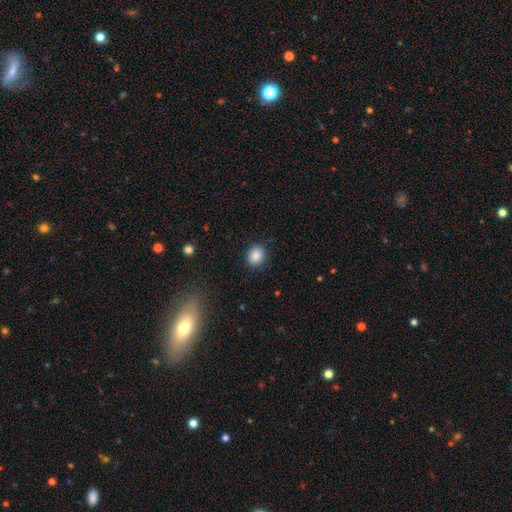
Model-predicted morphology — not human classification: Overall: smooth (87%). How rounded: round (73%). Merging: none (88%).